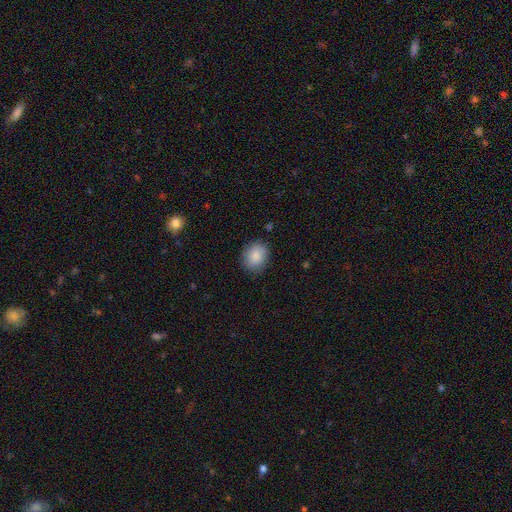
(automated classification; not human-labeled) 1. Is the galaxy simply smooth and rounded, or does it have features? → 86% smooth, 7% star or artifact, 7% featured or disk.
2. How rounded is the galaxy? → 61% round, 38% in between, 1% cigar-shaped.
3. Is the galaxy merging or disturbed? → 83% none, 13% minor disturbance, 3% major disturbance, 1% merger.